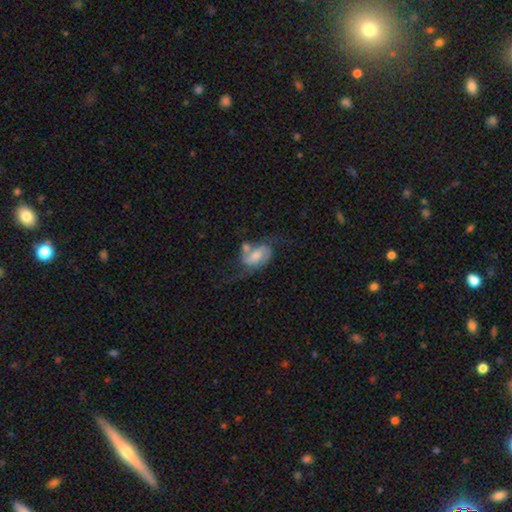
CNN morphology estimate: smooth_or_featured: featured or disk (p=0.62) [alt: smooth p=0.31]
disk_edge_on: no (p=0.96) [alt: yes p=0.04]
bar: no (p=0.47) [alt: weak p=0.40]
has_spiral_arms: yes (p=0.85) [alt: no p=0.15]
spiral_winding: loose (p=0.46) [alt: medium p=0.40]
spiral_arm_count: 2 (p=0.84) [alt: can't tell p=0.07]
bulge_size: moderate (p=0.38) [alt: small p=0.24]
merging: none (p=0.29) [alt: merger p=0.26]